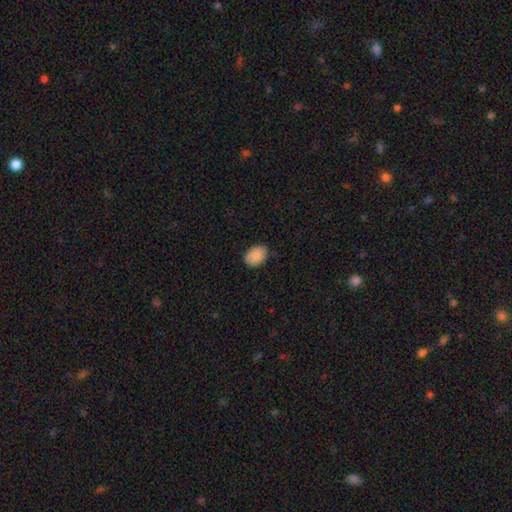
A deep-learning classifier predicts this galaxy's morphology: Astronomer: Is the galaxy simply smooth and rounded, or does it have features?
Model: smooth — 88%.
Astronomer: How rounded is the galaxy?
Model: in between — 75%.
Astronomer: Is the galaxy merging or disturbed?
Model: none — 82%.